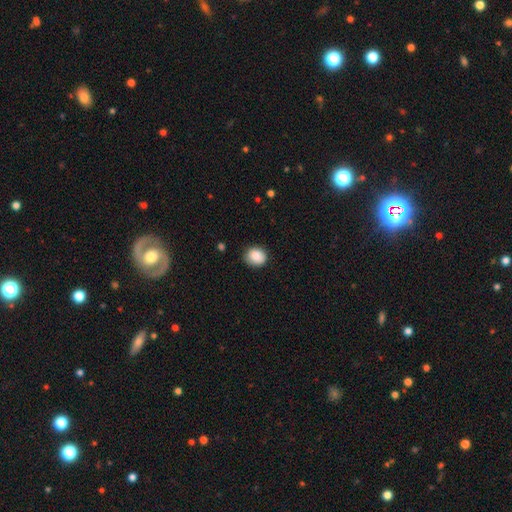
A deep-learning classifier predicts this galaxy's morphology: Smooth or featured: smooth — 87% (star or artifact — 8%)
How rounded: round — 76% (in between — 23%)
Merging: none — 83% (minor disturbance — 13%)